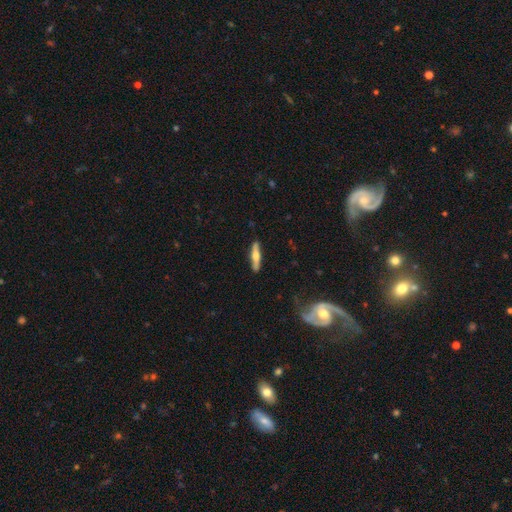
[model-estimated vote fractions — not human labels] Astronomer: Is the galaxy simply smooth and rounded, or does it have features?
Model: featured or disk — 52% (runner-up: smooth, 43%).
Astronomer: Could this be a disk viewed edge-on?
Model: yes — 93%.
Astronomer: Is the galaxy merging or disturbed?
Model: none — 88%.